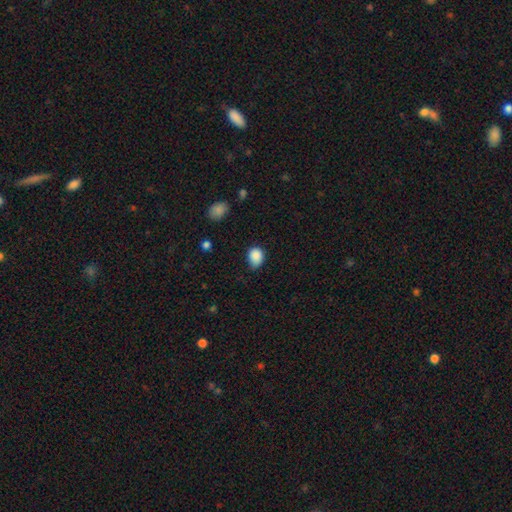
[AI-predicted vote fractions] Morphology: type=smooth (87%); roundness=in between (51%); merging=none (60%).